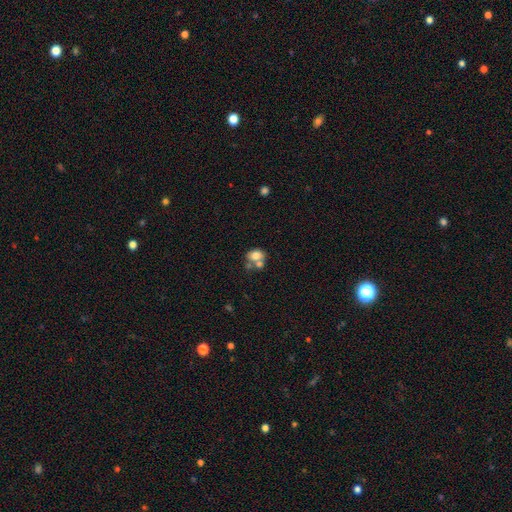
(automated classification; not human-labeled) This is likely a smooth galaxy (71%). How rounded: possibly in between (54%). Merging: marginally merger (44%).